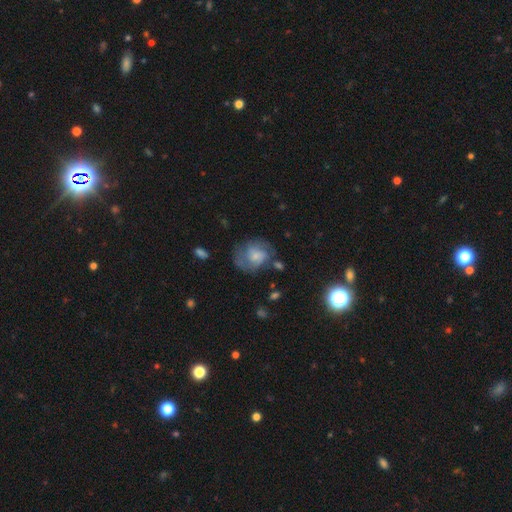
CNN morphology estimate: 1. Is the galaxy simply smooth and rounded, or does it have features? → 50% featured or disk, 41% smooth, 8% star or artifact.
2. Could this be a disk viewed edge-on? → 97% no, 3% yes.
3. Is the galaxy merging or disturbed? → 53% none, 24% minor disturbance, 19% major disturbance, 5% merger.